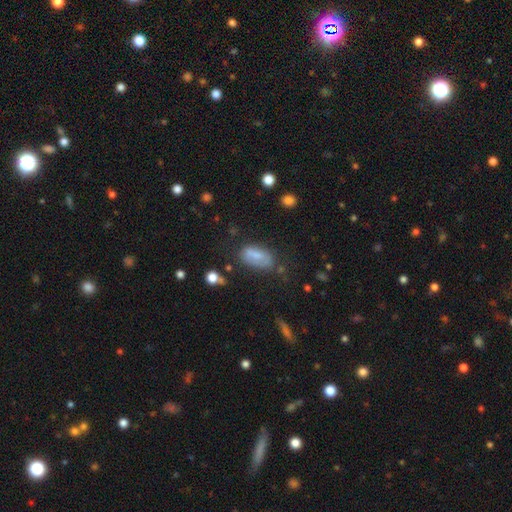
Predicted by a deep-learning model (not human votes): Smooth or featured? smooth (70%)
How rounded? in between (90%)
Merging? none (58%)